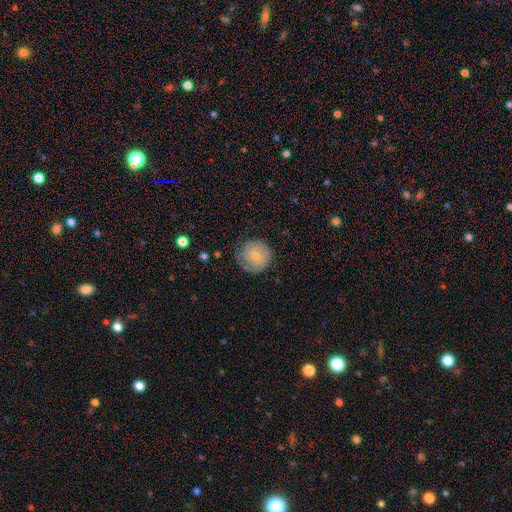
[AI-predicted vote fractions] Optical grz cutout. It shows a smooth galaxy with no disk features (55%) that is round (92%). Merging: none (68%).